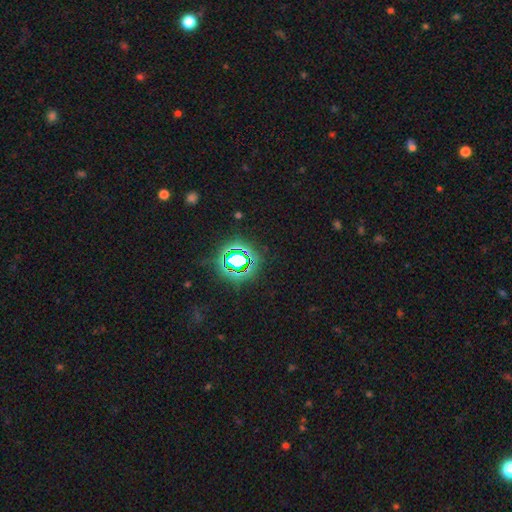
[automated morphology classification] Smooth or featured? Predicted: star or artifact (p=0.83).